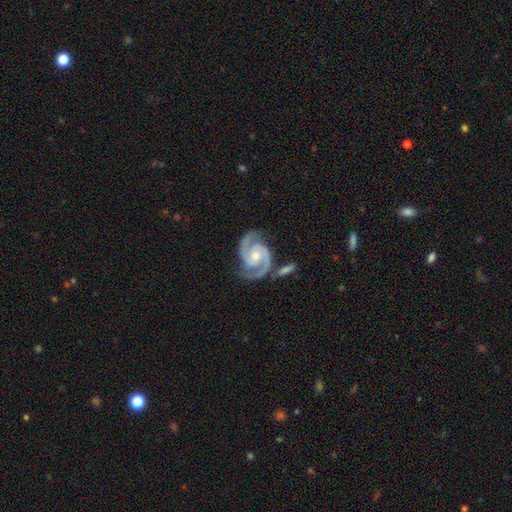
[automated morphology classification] Smooth or featured? featured or disk (93%)
Edge-on disk? no (98%)
Bar? no (55%)
Spiral arms? yes (99%)
Spiral winding? medium (51%)
Spiral arm count? 2 (92%)
Bulge size? moderate (56%)
Merging? none (73%)